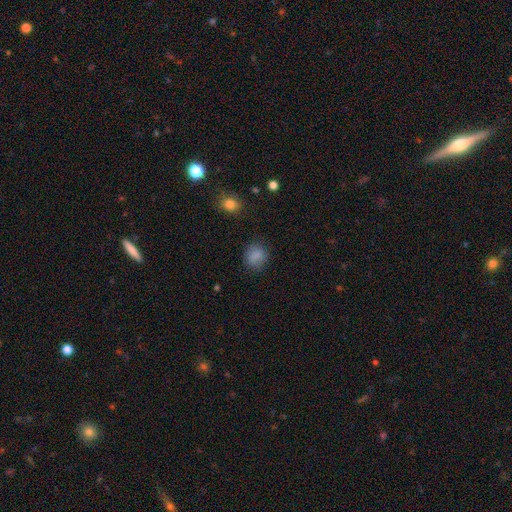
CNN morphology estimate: A smooth galaxy with no disk features (83%) that is round (72%). Merging: none (80%).